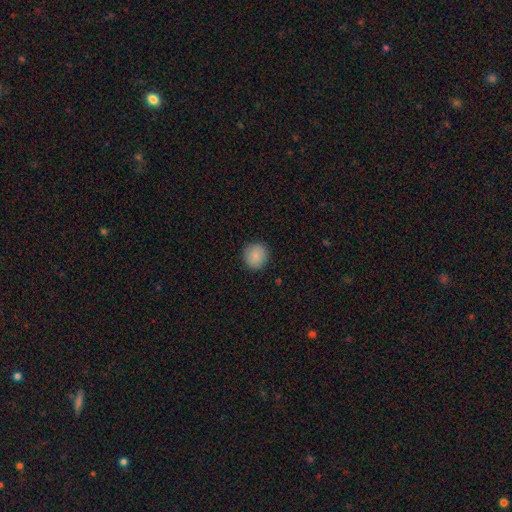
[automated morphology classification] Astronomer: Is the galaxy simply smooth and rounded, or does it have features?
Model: smooth — 86%.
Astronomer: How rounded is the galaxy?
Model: round — 90%.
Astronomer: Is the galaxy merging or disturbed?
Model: none — 90%.